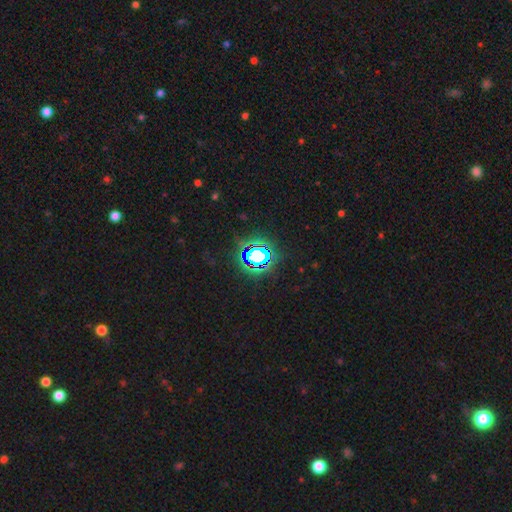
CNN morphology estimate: smooth-or-featured: star or artifact: 71% | smooth: 17% | featured or disk: 12%